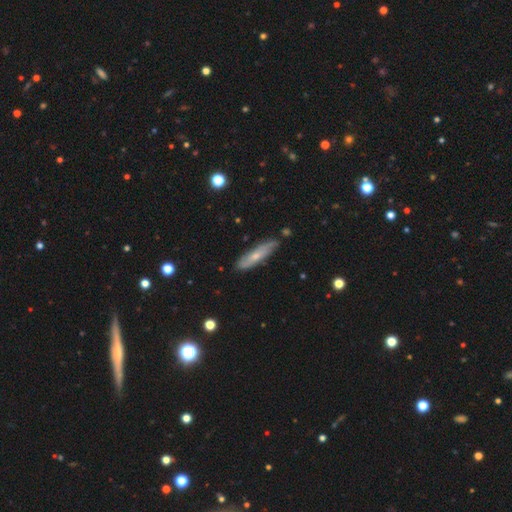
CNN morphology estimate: Overall: smooth (47%; featured or disk 46%). Merging: none (80%).